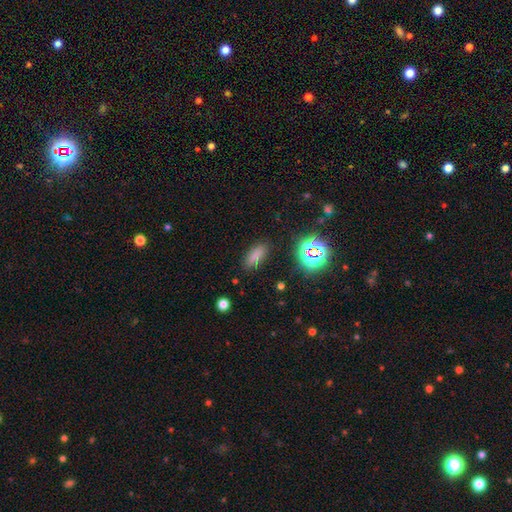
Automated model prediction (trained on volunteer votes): smooth_or_featured: smooth (p=0.74) [alt: star or artifact p=0.18]
how_rounded: in between (p=0.78) [alt: cigar-shaped p=0.18]
merging: none (p=0.82) [alt: minor disturbance p=0.12]